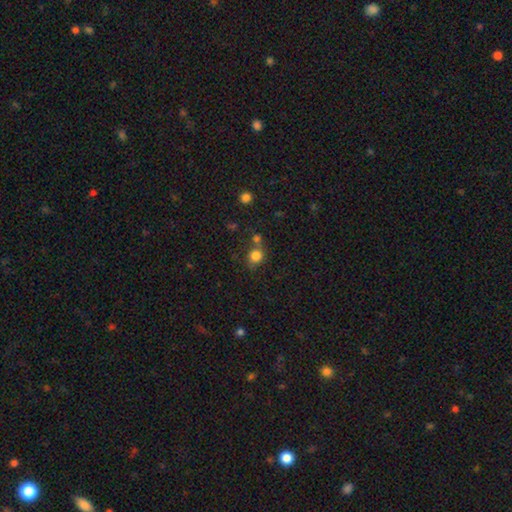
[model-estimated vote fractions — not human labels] A smooth galaxy with no disk features (81%) that is round (80%). Merging: none (57%).